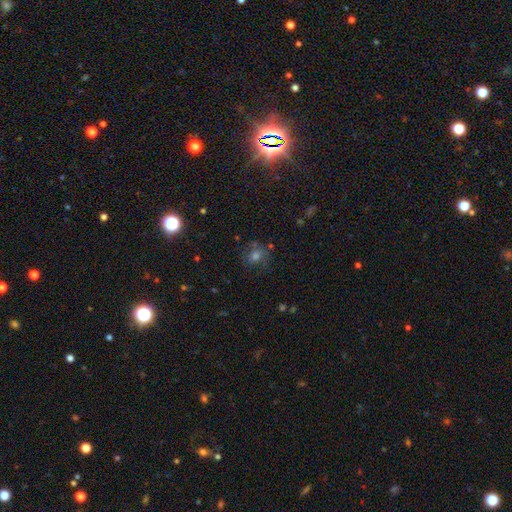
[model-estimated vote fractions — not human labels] This is possibly a smooth galaxy (47%). Merging: likely none (71%).